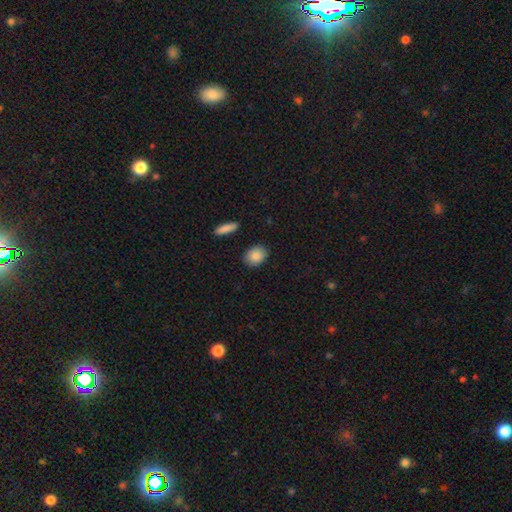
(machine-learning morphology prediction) This is clearly a smooth galaxy (88%). How rounded: likely in between (64%). Merging: clearly none (88%).